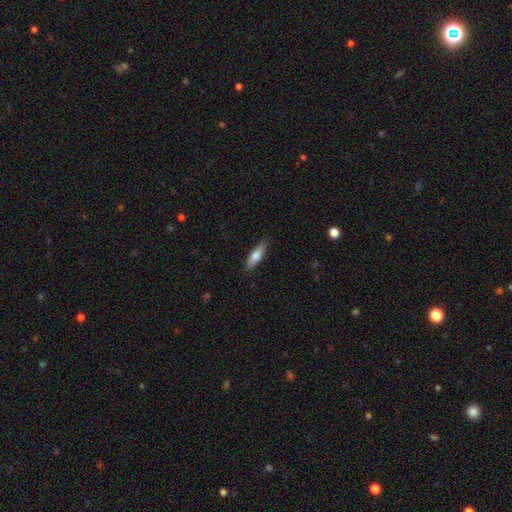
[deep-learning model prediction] This appears to be a smooth galaxy with no disk features (70%) that is cigar-shaped (52%). Merging: none (85%).